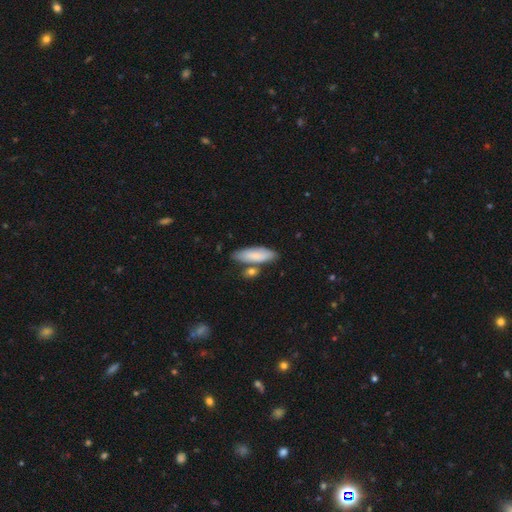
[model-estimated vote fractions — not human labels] Overall: smooth (82%). How rounded: in between (53%; cigar-shaped 45%). Merging: none (69%).